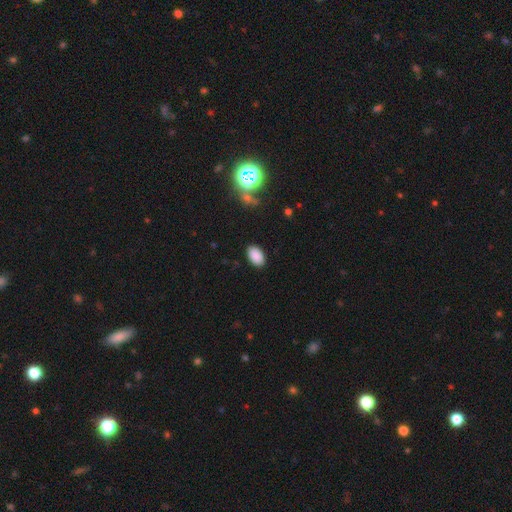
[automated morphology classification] smooth 87%, star or artifact 10%, featured or disk 4%. Down the decision tree: how rounded — in between (92%); merging — none (88%).